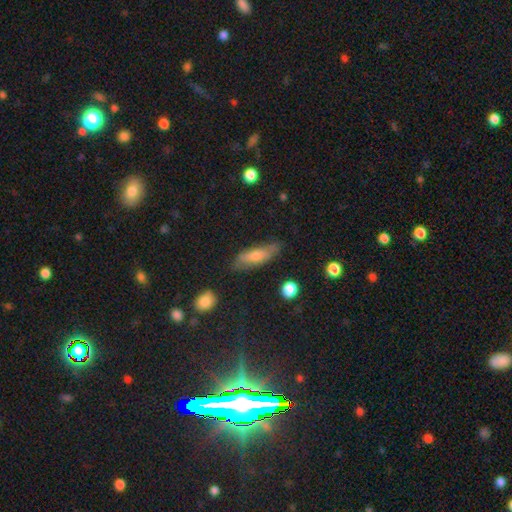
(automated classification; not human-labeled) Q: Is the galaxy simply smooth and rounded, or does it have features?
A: smooth — 62%.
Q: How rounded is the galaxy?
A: cigar-shaped — 53%.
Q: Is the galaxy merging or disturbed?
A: none — 71%.